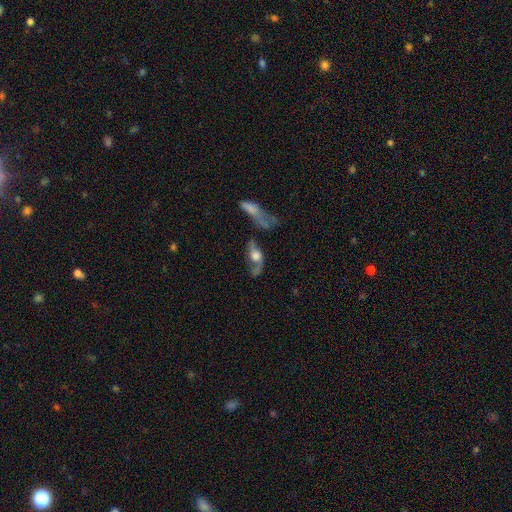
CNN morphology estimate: A featured or disk galaxy (72%) with no bar (72%), spiral arms (81%) and a large central bulge (49%).

Vote fractions:
- Smooth or featured? featured or disk: 72% / smooth: 20% / star or artifact: 7%
- Edge-on disk? no: 79% / yes: 21%
- Bar? no: 72% / weak: 22% / strong: 6%
- Spiral arms? yes: 81% / no: 19%
- Bulge size? large: 49% / moderate: 35% / small: 7% / dominant: 5% / none: 4%
- Merging? none: 43% / major disturbance: 22% / minor disturbance: 18% / merger: 17%